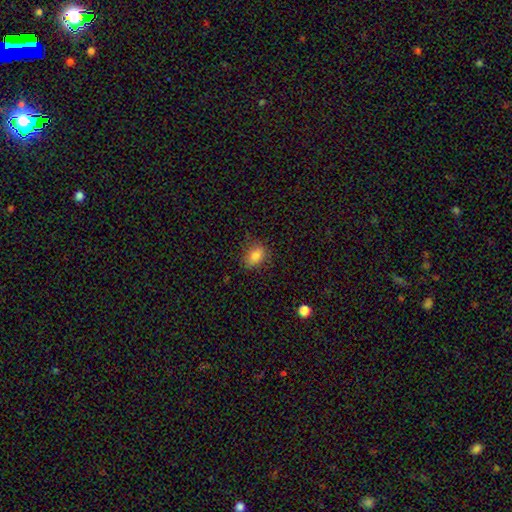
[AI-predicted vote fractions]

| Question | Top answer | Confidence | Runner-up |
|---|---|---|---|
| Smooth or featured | smooth | 84% | star or artifact (9%) |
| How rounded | in between | 75% | round (23%) |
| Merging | none | 78% | minor disturbance (17%) |